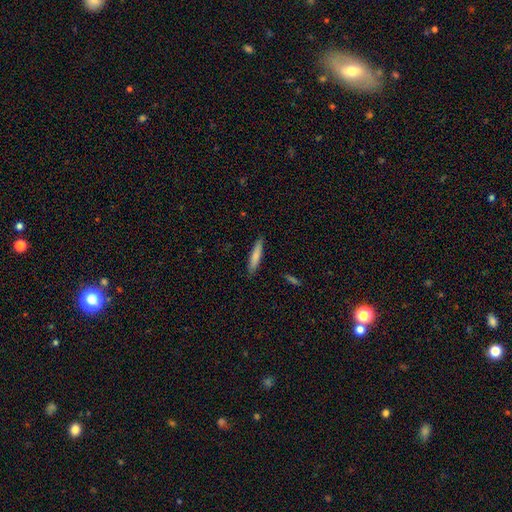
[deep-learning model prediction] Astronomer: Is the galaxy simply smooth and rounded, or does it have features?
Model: smooth — 79%.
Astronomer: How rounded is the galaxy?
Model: cigar-shaped — 86%.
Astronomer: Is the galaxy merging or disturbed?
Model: none — 86%.